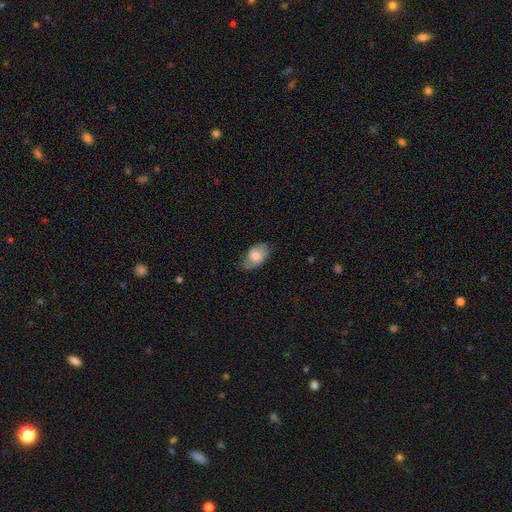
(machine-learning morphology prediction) The model was most divided on "merging": none: 58%, minor disturbance: 31%, major disturbance: 10%, merger: 1%. More confident: how rounded — in between (91%); smooth or featured — smooth (72%).